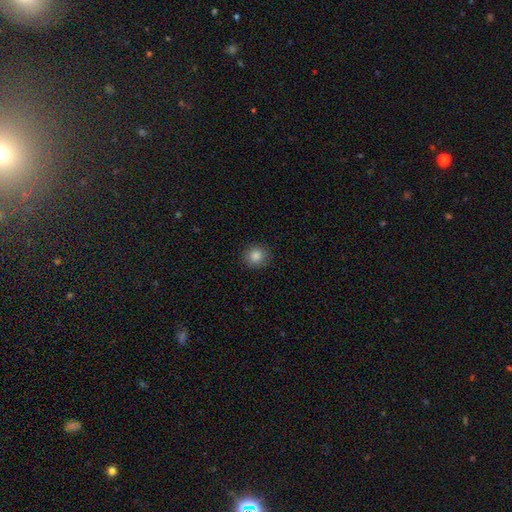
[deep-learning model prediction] Smooth or featured?
  - smooth: 85% *
  - star or artifact: 10%
  - featured or disk: 5%
How rounded?
  - round: 82% *
  - in between: 17%
  - cigar-shaped: 1%
Merging?
  - none: 89% *
  - minor disturbance: 8%
  - major disturbance: 2%
  - merger: 1%